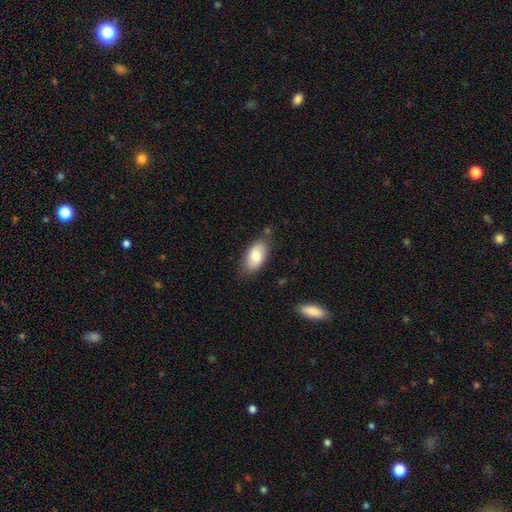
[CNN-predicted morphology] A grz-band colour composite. It shows a smooth galaxy with no disk features (79%) that is in between round and cigar-shaped (93%). Merging: none (76%).